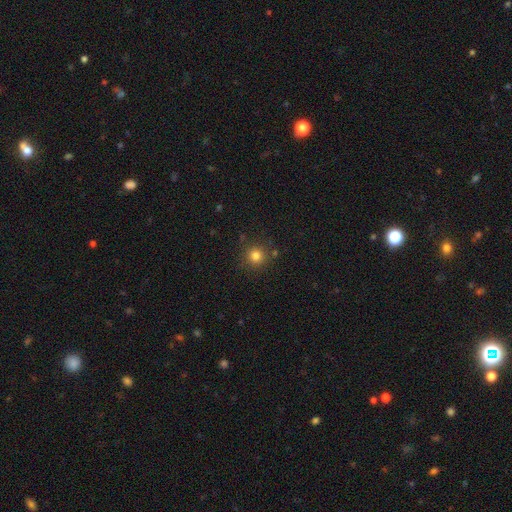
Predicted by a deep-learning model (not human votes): The model was most divided on "smooth or featured": smooth: 80%, star or artifact: 14%, featured or disk: 6%. More confident: how rounded — round (94%); merging — none (85%).